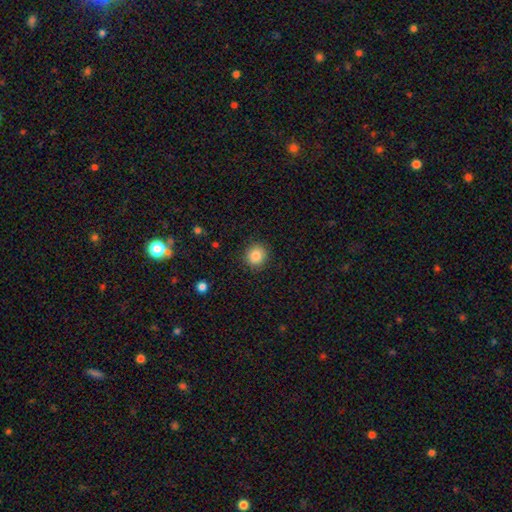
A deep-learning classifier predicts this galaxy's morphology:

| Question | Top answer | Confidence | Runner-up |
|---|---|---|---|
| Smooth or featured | smooth | 86% | star or artifact (9%) |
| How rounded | round | 86% | in between (14%) |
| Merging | none | 89% | minor disturbance (7%) |